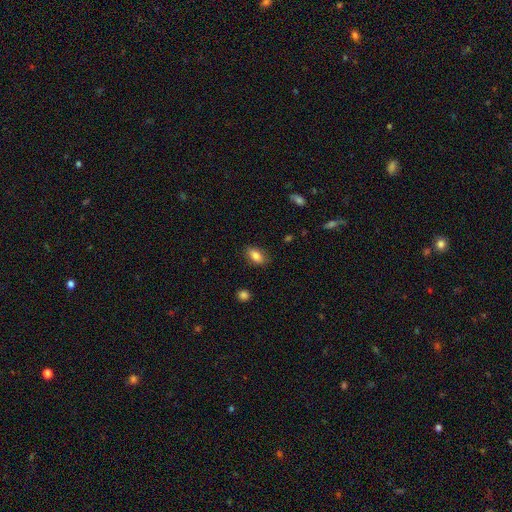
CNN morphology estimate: Q: Smooth or featured?
A: smooth (83%); runner-up: featured or disk (9%)
Q: How rounded?
A: in between (88%); runner-up: round (8%)
Q: Merging?
A: none (82%); runner-up: minor disturbance (14%)